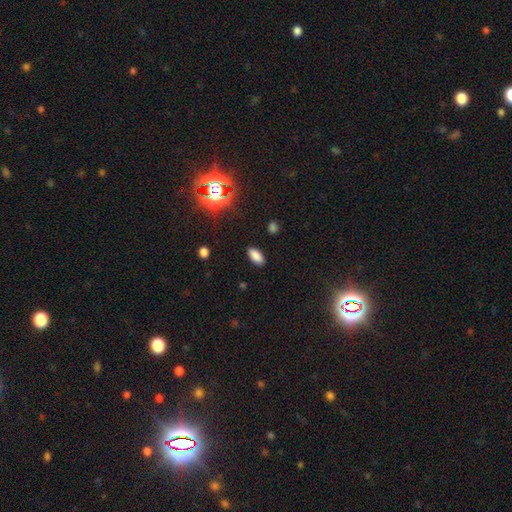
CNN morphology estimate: The model was most divided on "smooth or featured": smooth: 82%, star or artifact: 13%, featured or disk: 5%. More confident: how rounded — in between (91%); merging — none (88%).